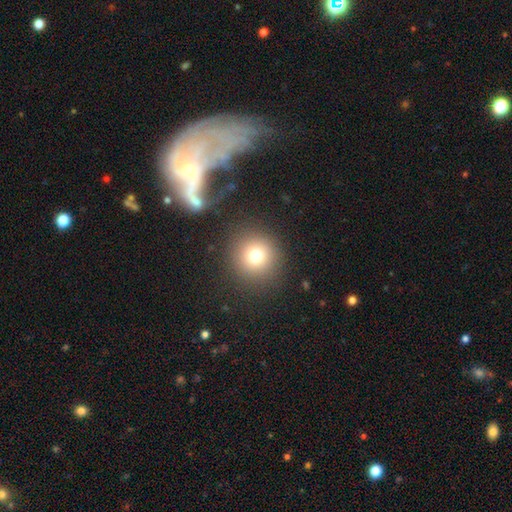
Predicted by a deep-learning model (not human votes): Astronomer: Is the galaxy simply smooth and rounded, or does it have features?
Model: smooth — 75%.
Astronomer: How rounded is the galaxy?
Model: round — 93%.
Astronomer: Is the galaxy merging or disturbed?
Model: none — 87%.